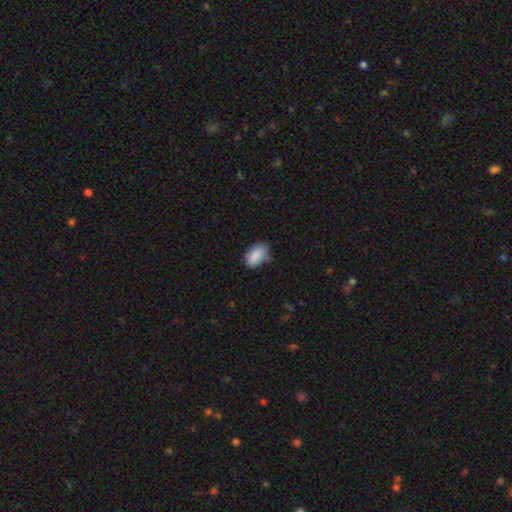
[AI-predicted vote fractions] Overall: smooth (87%). How rounded: in between (91%). Merging: none (60%; minor disturbance 31%).